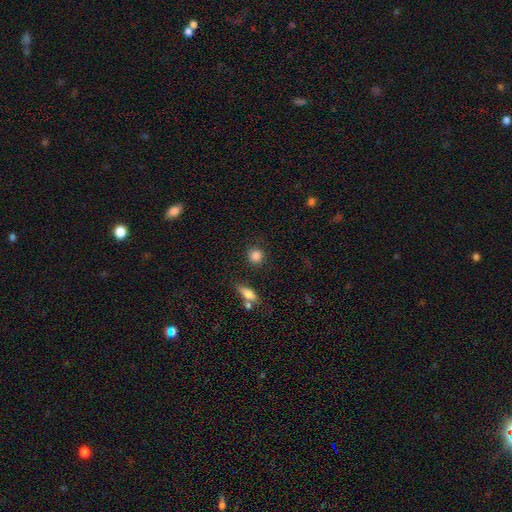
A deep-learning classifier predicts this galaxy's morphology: smooth_or_featured: smooth (p=0.85) [alt: star or artifact p=0.09]
how_rounded: round (p=0.88) [alt: in between p=0.10]
merging: none (p=0.85) [alt: minor disturbance p=0.08]